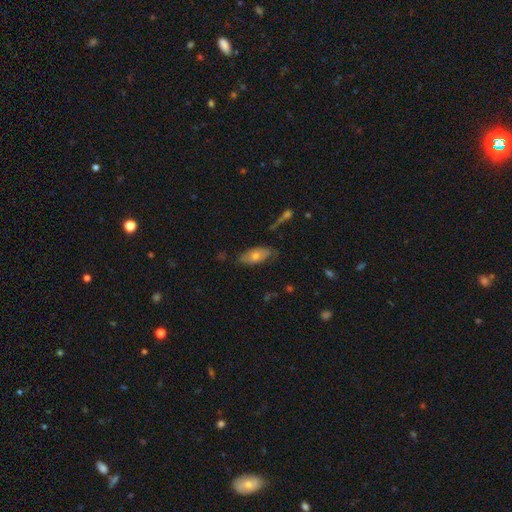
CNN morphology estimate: The model was most divided on "smooth or featured": smooth: 51%, featured or disk: 40%, star or artifact: 9%. More confident: how rounded — in between (83%); merging — none (68%).